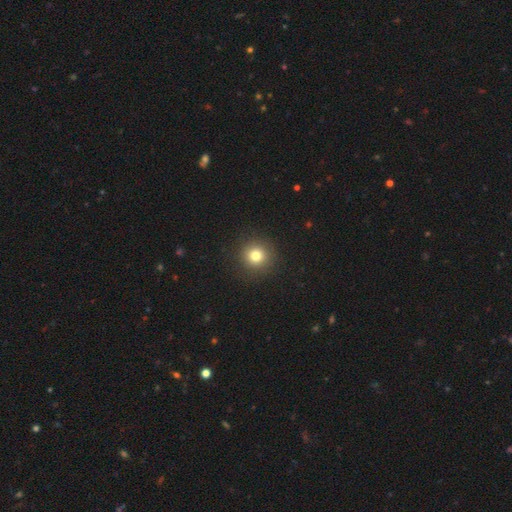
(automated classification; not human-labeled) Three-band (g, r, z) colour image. It shows a smooth galaxy with no disk features (80%) that is round (94%). Merging: none (91%).